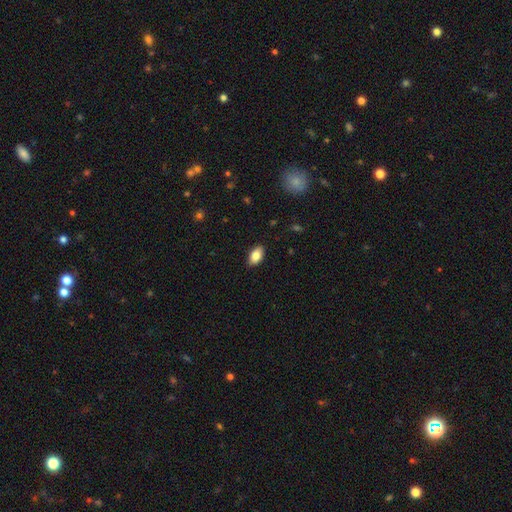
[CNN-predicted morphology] A smooth galaxy with no disk features (84%) that is in between round and cigar-shaped (93%).

Vote fractions:
- Smooth or featured? smooth: 84% / featured or disk: 9% / star or artifact: 7%
- How rounded? in between: 93% / round: 5% / cigar-shaped: 2%
- Merging? none: 88% / minor disturbance: 9% / major disturbance: 2% / merger: 1%